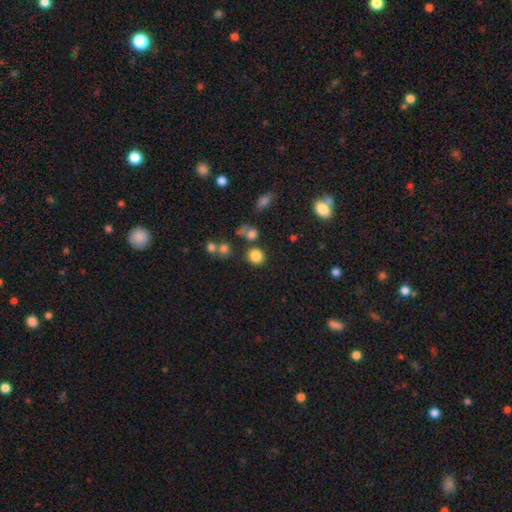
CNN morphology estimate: A smooth galaxy with no disk features (82%) that is round (84%). Merging: none (77%).